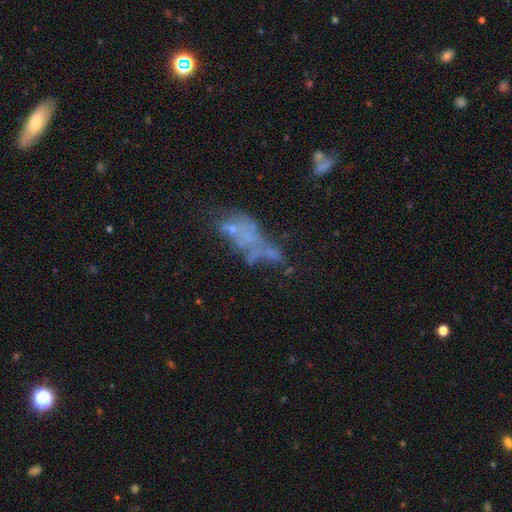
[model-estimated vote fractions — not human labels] Smooth or featured? featured or disk (42%)
Merging? none (36%)